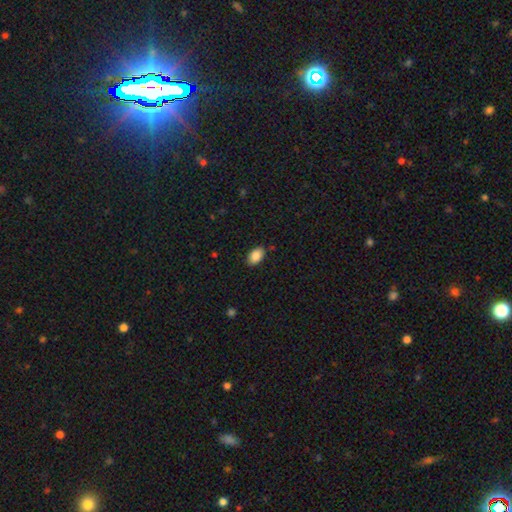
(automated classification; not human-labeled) Morphology: type=smooth (87%); roundness=in between (91%); merging=none (85%).